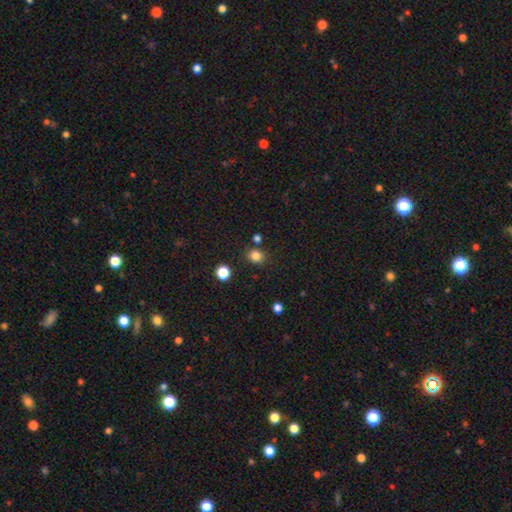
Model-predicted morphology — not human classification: smooth-or-featured: smooth: 83% | star or artifact: 13% | featured or disk: 4%
  how-rounded: round: 73% | in between: 26% | cigar-shaped: 1%
  merging: none: 81% | minor disturbance: 10% | merger: 6% | major disturbance: 3%